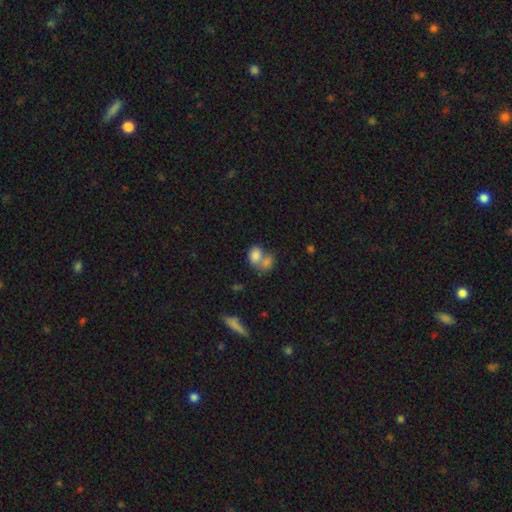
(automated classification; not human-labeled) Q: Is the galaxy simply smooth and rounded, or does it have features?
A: smooth — 79%.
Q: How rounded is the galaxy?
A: in between — 75%.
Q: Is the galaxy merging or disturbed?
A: merger — 61%.